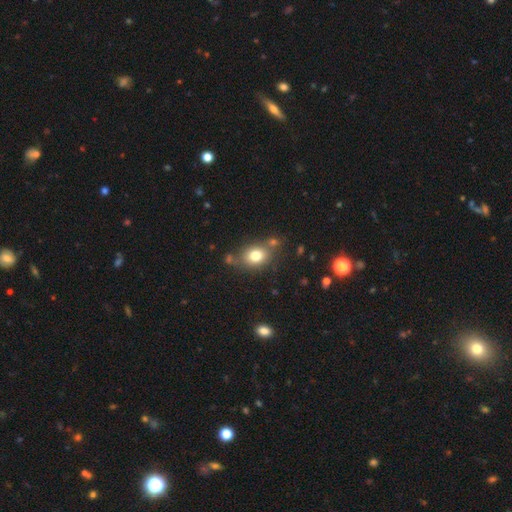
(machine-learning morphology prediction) type=smooth (78%); roundness=in between (54%); merging=none (67%).